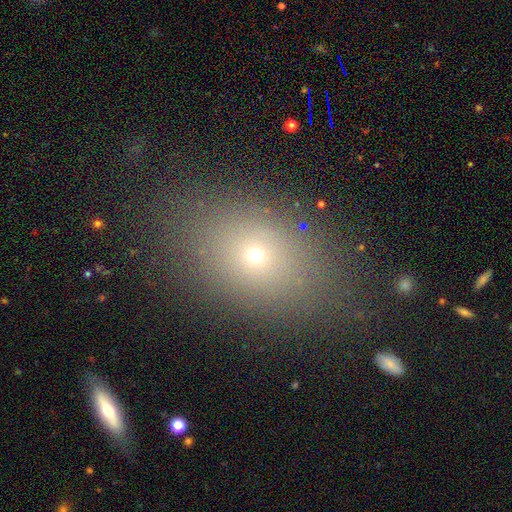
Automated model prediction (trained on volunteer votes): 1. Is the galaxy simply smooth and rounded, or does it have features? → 63% smooth, 23% star or artifact, 14% featured or disk.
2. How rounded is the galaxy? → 68% in between, 29% round, 2% cigar-shaped.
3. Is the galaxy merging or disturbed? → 80% none, 12% minor disturbance, 6% major disturbance, 3% merger.